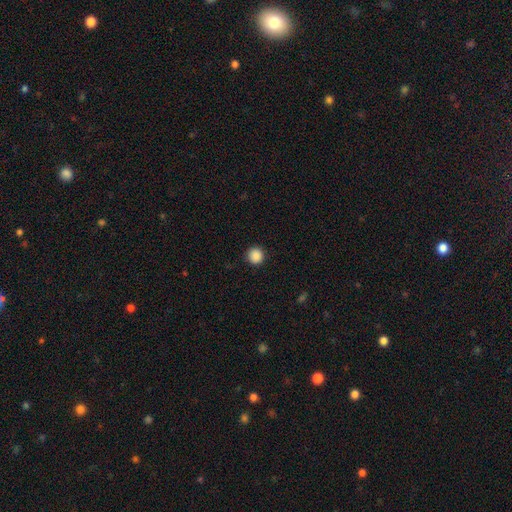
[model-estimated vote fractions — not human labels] This is clearly a smooth galaxy (88%). How rounded: clearly round (95%). Merging: clearly none (91%).